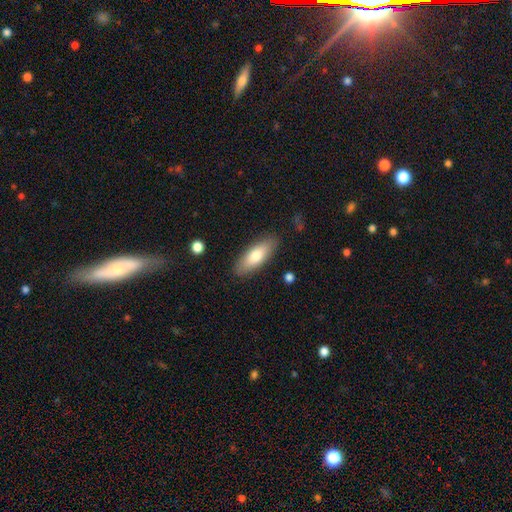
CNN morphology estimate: A smooth galaxy with no disk features (74%) that is in between round and cigar-shaped (66%). Merging: none (87%).